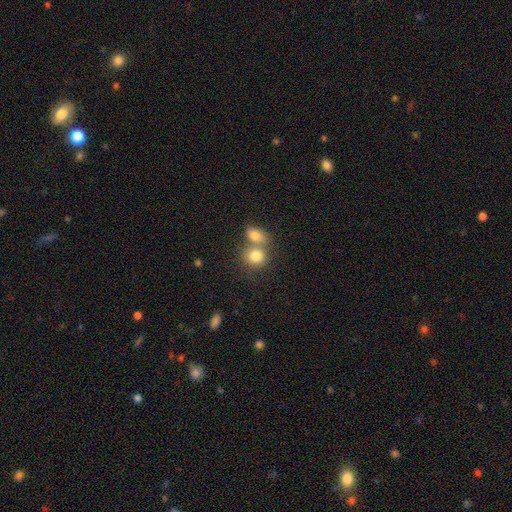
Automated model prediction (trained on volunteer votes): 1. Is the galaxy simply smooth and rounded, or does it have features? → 81% smooth, 10% featured or disk, 10% star or artifact.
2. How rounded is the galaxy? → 72% round, 27% in between, 1% cigar-shaped.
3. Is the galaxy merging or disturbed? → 53% merger, 37% none, 7% minor disturbance, 3% major disturbance.